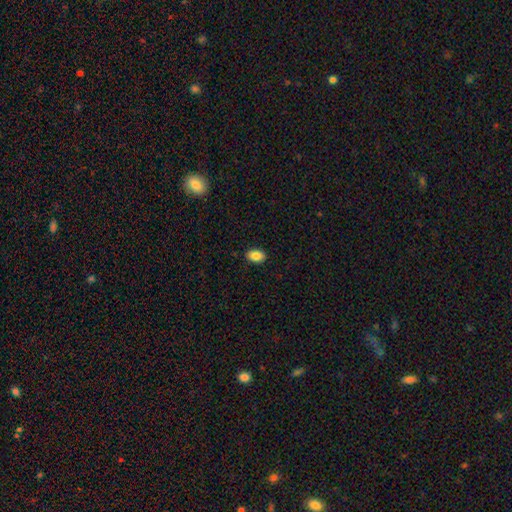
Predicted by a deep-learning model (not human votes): A smooth galaxy with no disk features (87%) that is in between round and cigar-shaped (85%). Merging: none (89%).